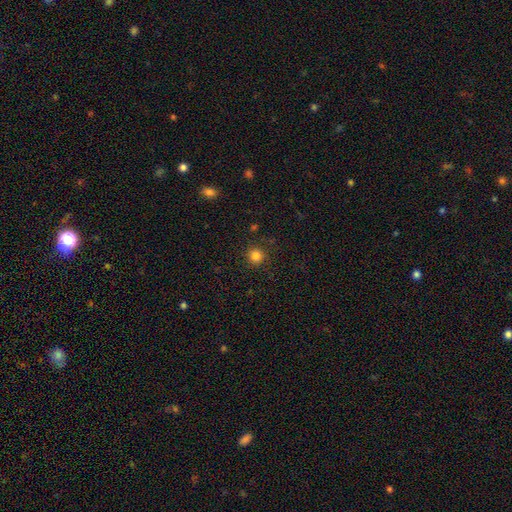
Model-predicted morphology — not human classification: smooth_or_featured: smooth (p=0.83) [alt: star or artifact p=0.13]
how_rounded: round (p=0.94) [alt: in between p=0.05]
merging: none (p=0.89) [alt: minor disturbance p=0.07]